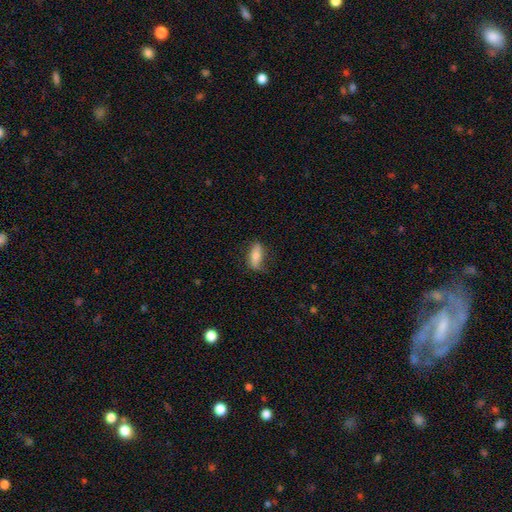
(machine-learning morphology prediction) Q: Smooth or featured?
A: smooth (69%); runner-up: featured or disk (23%)
Q: How rounded?
A: in between (68%); runner-up: cigar-shaped (29%)
Q: Merging?
A: none (71%); runner-up: minor disturbance (22%)